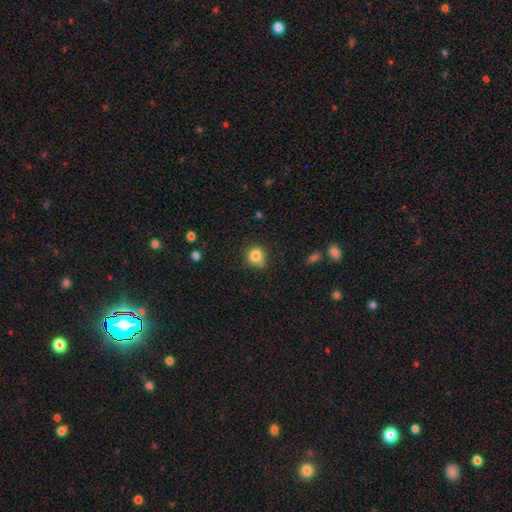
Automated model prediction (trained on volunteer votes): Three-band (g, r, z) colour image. It shows a smooth galaxy with no disk features (83%) that is round (84%). Merging: none (70%).